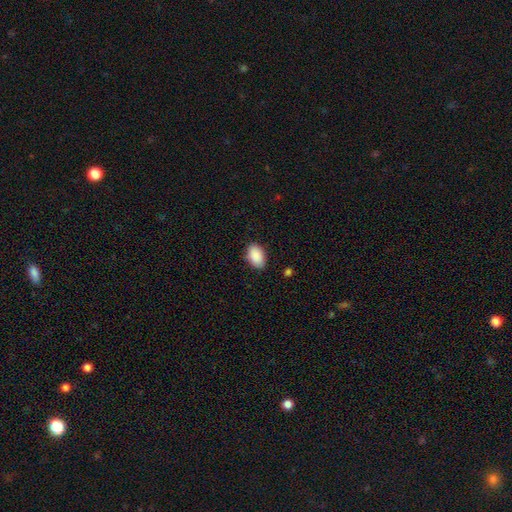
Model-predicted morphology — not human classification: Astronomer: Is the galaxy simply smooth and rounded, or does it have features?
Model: smooth — 90%.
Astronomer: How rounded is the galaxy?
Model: in between — 91%.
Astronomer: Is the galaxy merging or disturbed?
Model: none — 84%.